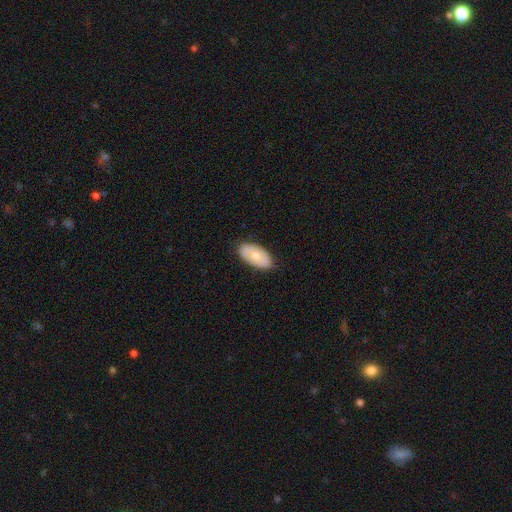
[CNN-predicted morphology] smooth 66%, featured or disk 29%, star or artifact 6%. Down the decision tree: how rounded — in between (95%); merging — none (83%).